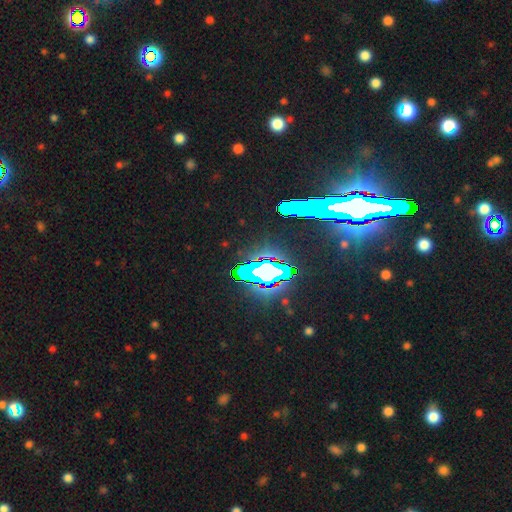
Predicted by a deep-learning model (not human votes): Smooth or featured: star or artifact — 83% (featured or disk — 9%)